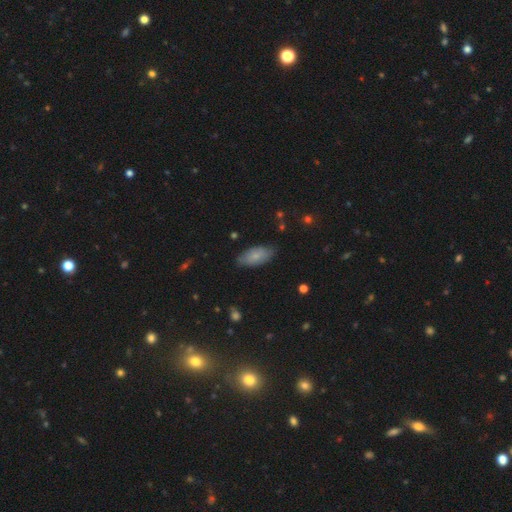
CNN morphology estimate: A smooth galaxy with no disk features (72%) that is in between round and cigar-shaped (89%).

Vote fractions:
- Smooth or featured? smooth: 72% / featured or disk: 21% / star or artifact: 7%
- How rounded? in between: 89% / cigar-shaped: 8% / round: 2%
- Merging? none: 74% / minor disturbance: 21% / major disturbance: 4% / merger: 1%